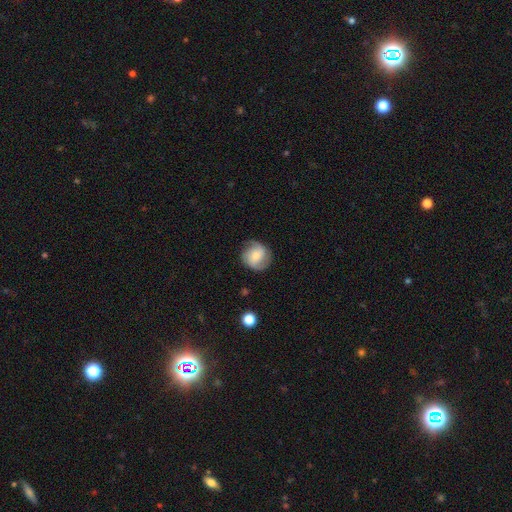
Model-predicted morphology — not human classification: A featured or disk galaxy (59%) with no bar (50%), 2 (61%) medium (46%) spiral arms (92%) and a small central bulge (42%). Merging: none (79%).